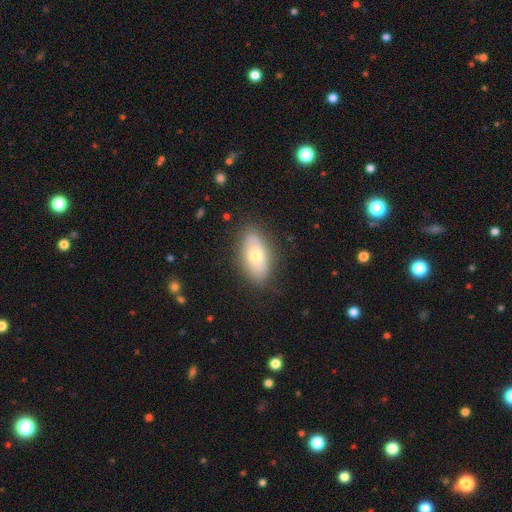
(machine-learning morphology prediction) Q: Smooth or featured?
A: smooth (61%); runner-up: featured or disk (32%)
Q: How rounded?
A: in between (91%); runner-up: cigar-shaped (5%)
Q: Merging?
A: none (82%); runner-up: minor disturbance (14%)